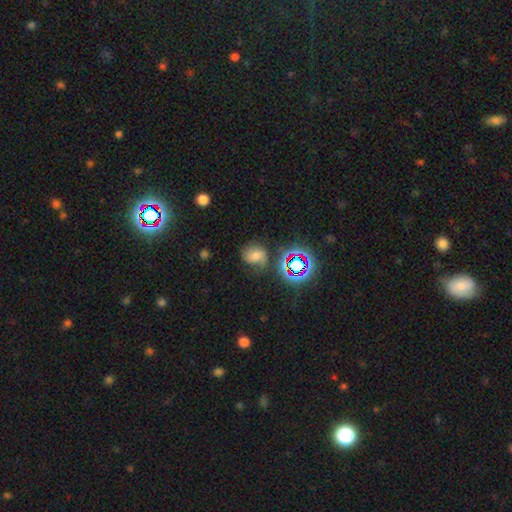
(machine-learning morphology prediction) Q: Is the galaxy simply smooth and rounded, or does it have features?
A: smooth — 44%.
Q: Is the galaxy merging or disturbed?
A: none — 58%.